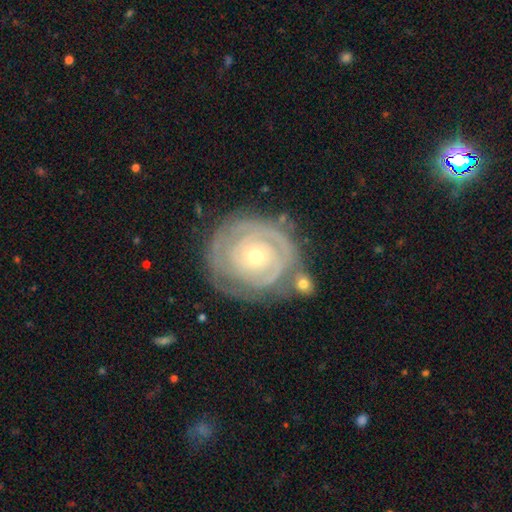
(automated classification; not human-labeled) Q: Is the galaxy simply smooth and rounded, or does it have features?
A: featured or disk — 79%.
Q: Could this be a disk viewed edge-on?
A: no — 97%.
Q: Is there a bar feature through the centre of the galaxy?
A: no — 86%.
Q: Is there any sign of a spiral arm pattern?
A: yes — 77%.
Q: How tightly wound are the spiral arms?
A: tight — 84%.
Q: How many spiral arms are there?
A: can't tell — 47%.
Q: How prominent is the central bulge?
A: small — 62%.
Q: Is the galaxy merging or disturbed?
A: none — 67%.